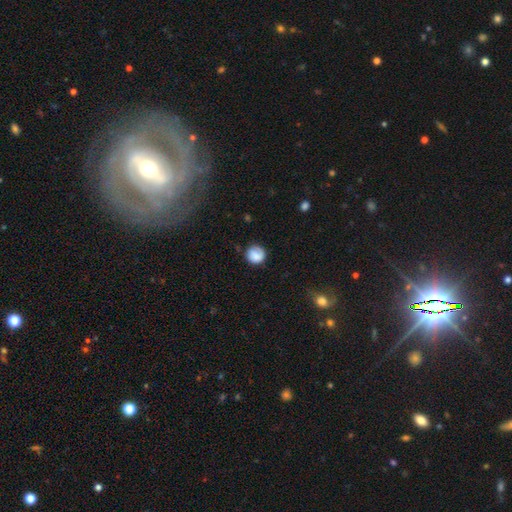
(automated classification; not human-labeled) smooth-or-featured: smooth: 81% | featured or disk: 11% | star or artifact: 8%
  how-rounded: round: 88% | in between: 11% | cigar-shaped: 1%
  merging: none: 71% | minor disturbance: 21% | major disturbance: 7% | merger: 2%